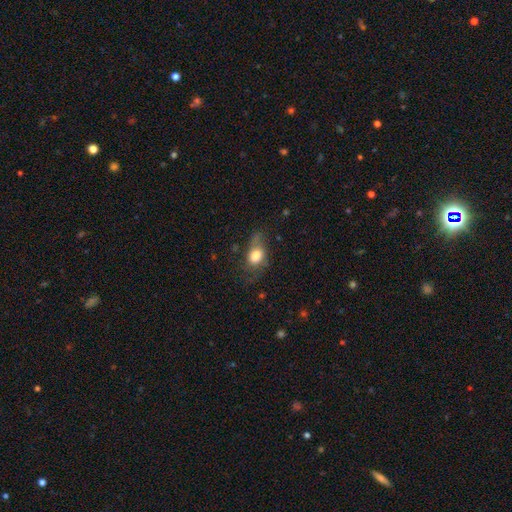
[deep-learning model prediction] A smooth galaxy with no disk features (72%) that is in between round and cigar-shaped (69%).

Vote fractions:
- Smooth or featured? smooth: 72% / featured or disk: 20% / star or artifact: 9%
- How rounded? in between: 69% / round: 28% / cigar-shaped: 3%
- Merging? none: 43% / minor disturbance: 31% / major disturbance: 22% / merger: 3%